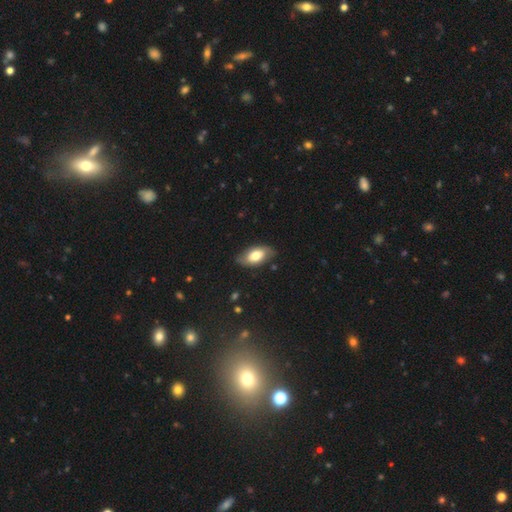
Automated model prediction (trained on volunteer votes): The model was most divided on "smooth or featured": smooth: 66%, featured or disk: 28%, star or artifact: 6%. More confident: how rounded — in between (93%); merging — none (76%).